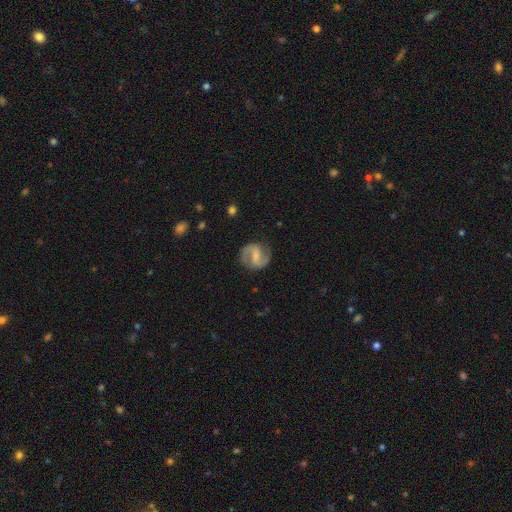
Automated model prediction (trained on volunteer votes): Smooth or featured?
  - featured or disk: 87% *
  - smooth: 8%
  - star or artifact: 5%
Edge-on disk?
  - no: 98% *
  - yes: 2%
Bar?
  - weak: 47% *
  - strong: 33%
  - no: 20%
Spiral arms?
  - yes: 97% *
  - no: 3%
Spiral winding?
  - medium: 57% *
  - loose: 22%
  - tight: 21%
Spiral arm count?
  - 2: 93% *
  - can't tell: 2%
  - 1: 2%
  - 3: 1%
  - 4: 1%
  - more than 4: 1%
Bulge size?
  - small: 49% *
  - moderate: 28%
  - none: 18%
  - large: 3%
  - dominant: 1%
Merging?
  - none: 84% *
  - minor disturbance: 11%
  - major disturbance: 4%
  - merger: 1%